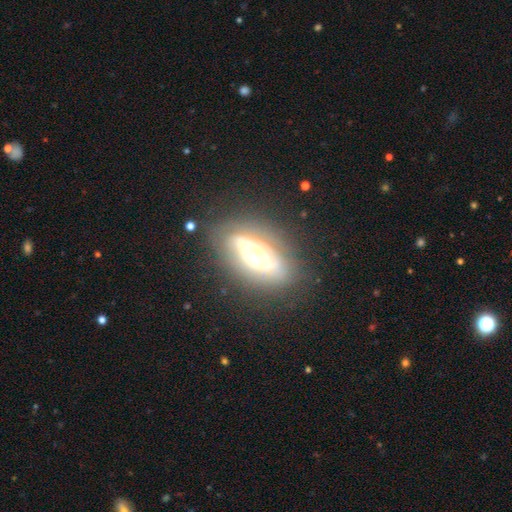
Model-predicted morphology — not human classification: smooth_or_featured: featured or disk (p=0.68) [alt: smooth p=0.24]
disk_edge_on: no (p=0.76) [alt: yes p=0.24]
bar: no (p=0.50) [alt: strong p=0.28]
has_spiral_arms: yes (p=0.59) [alt: no p=0.41]
bulge_size: moderate (p=0.47) [alt: large p=0.30]
merging: none (p=0.71) [alt: minor disturbance p=0.18]